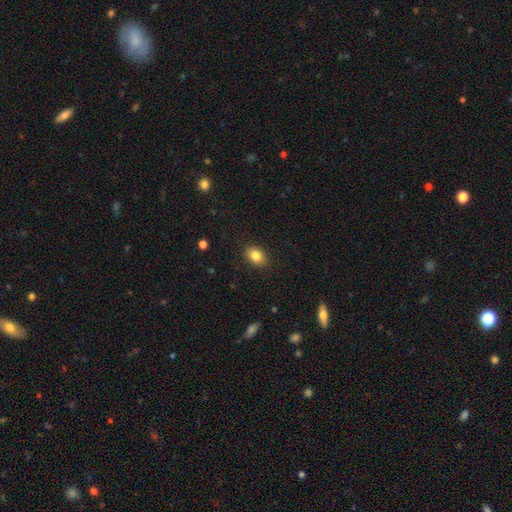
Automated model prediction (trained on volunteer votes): smooth 83%, star or artifact 9%, featured or disk 8%. Down the decision tree: how rounded — in between (70%); merging — none (88%).